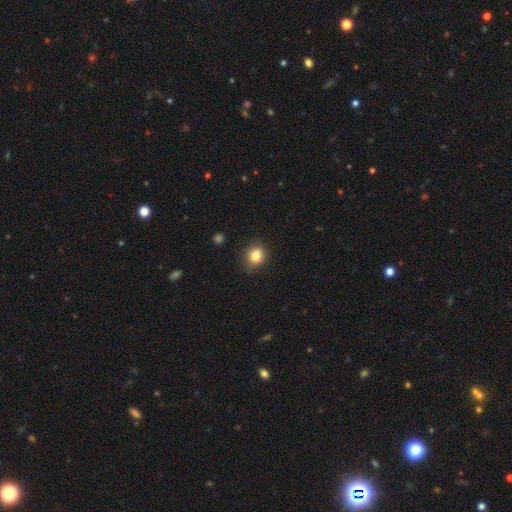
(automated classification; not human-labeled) This is clearly a smooth galaxy (83%). How rounded: likely round (70%). Merging: clearly none (82%).